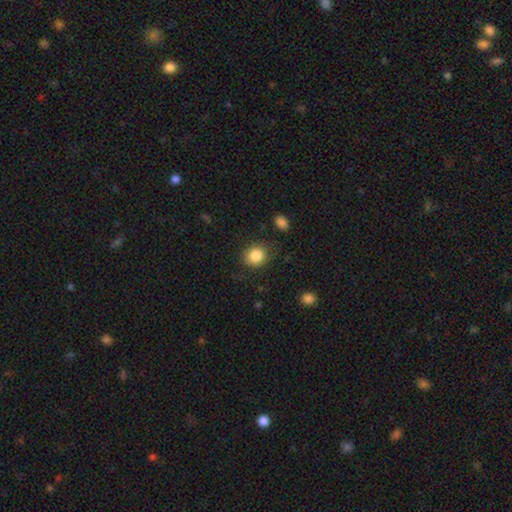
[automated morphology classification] Smooth or featured? smooth (86%)
How rounded? round (77%)
Merging? none (82%)